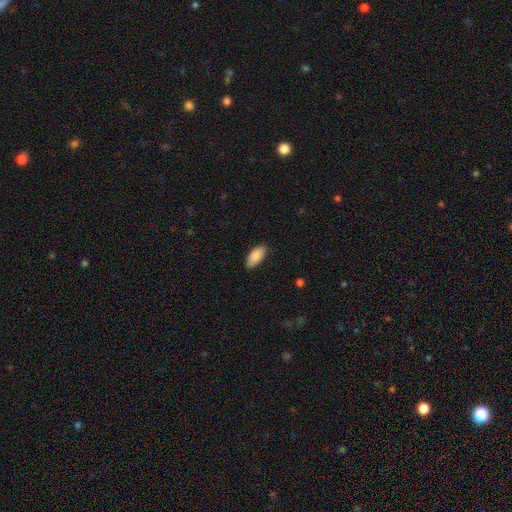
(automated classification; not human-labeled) A smooth galaxy with no disk features (89%) that is in between round and cigar-shaped (91%). Merging: none (86%).